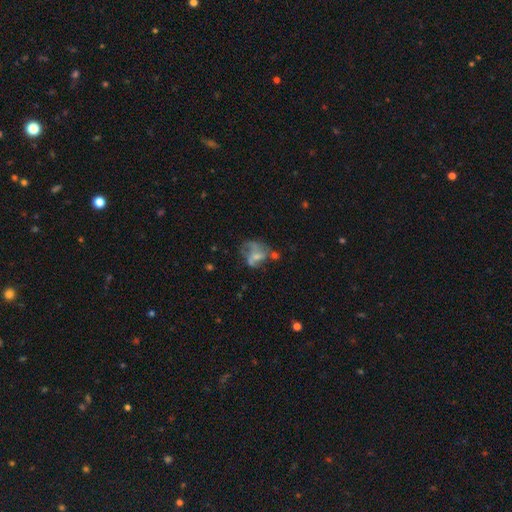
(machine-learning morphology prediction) smooth_or_featured: featured or disk (p=0.55) [alt: smooth p=0.33]
disk_edge_on: no (p=0.98) [alt: yes p=0.02]
bar: no (p=0.66) [alt: weak p=0.28]
has_spiral_arms: yes (p=0.50) [tied with: no p=0.50]
bulge_size: small (p=0.43) [alt: moderate p=0.29]
merging: major disturbance (p=0.35) [alt: none p=0.30]